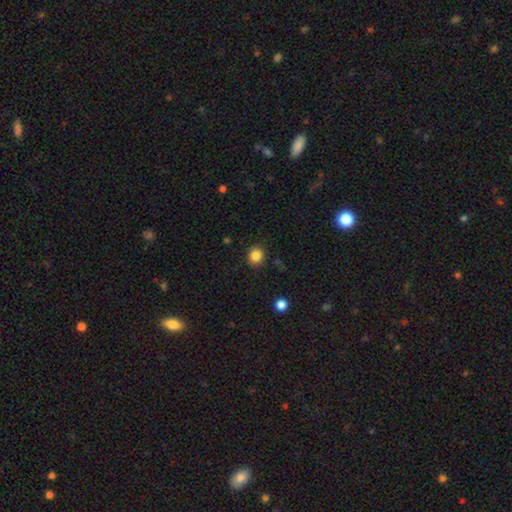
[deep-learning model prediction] smooth-or-featured: smooth: 85% | star or artifact: 11% | featured or disk: 4%
  how-rounded: round: 87% | in between: 12% | cigar-shaped: 1%
  merging: none: 90% | minor disturbance: 6% | major disturbance: 2% | merger: 1%